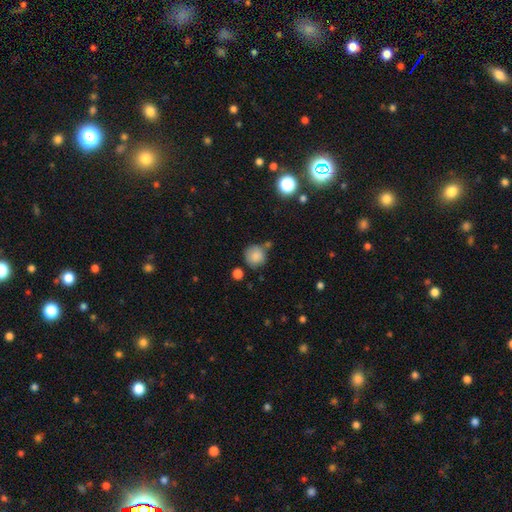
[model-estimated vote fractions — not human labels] Q: Smooth or featured?
A: smooth (84%); runner-up: star or artifact (9%)
Q: How rounded?
A: round (91%); runner-up: in between (8%)
Q: Merging?
A: none (67%); runner-up: minor disturbance (18%)